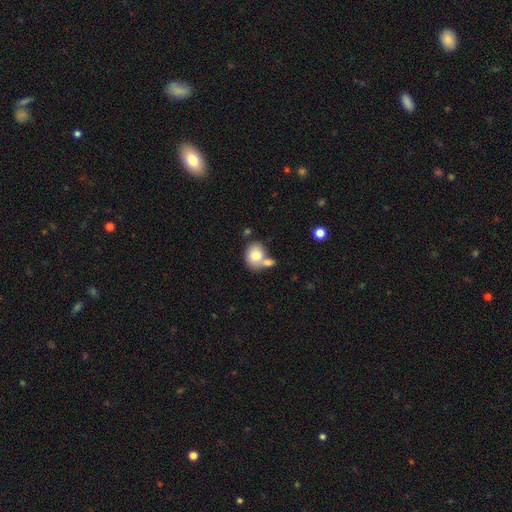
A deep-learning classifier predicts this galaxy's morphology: Smooth or featured? smooth (78%)
How rounded? round (54%)
Merging? none (42%)